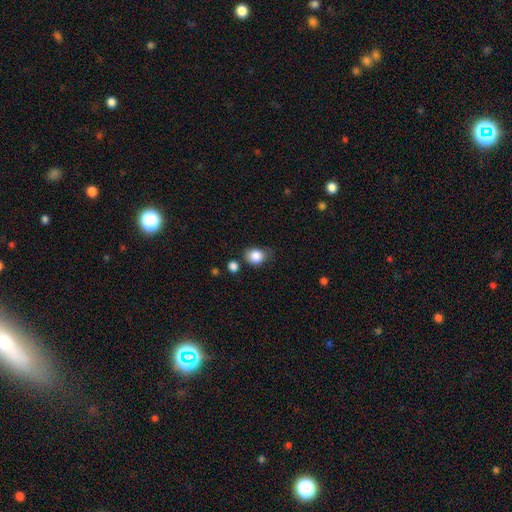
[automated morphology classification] Q: Smooth or featured?
A: smooth (85%); runner-up: star or artifact (10%)
Q: How rounded?
A: round (65%); runner-up: in between (34%)
Q: Merging?
A: none (59%); runner-up: minor disturbance (27%)